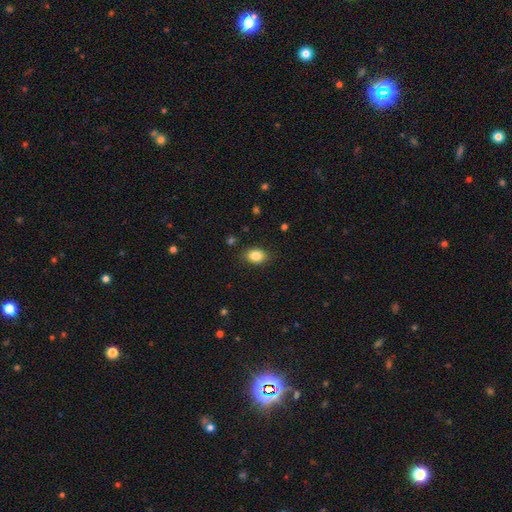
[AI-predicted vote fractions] Morphology: type=smooth (83%); roundness=in between (74%); merging=none (85%).